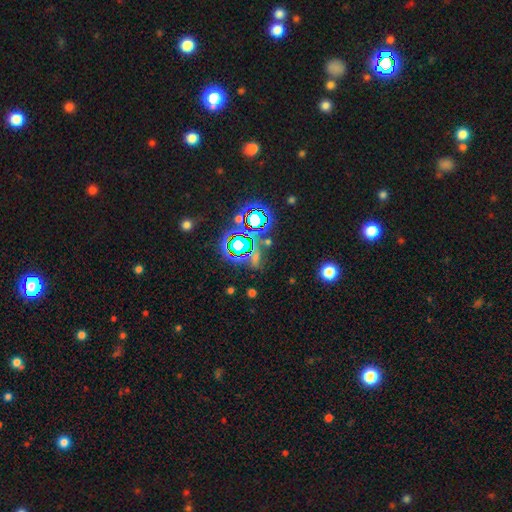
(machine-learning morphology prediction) Smooth or featured? star or artifact (65%)